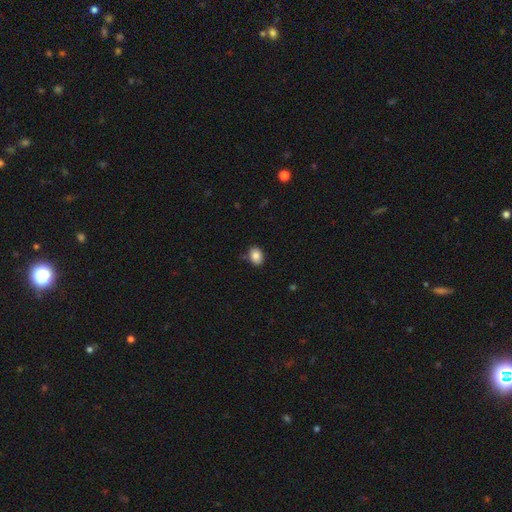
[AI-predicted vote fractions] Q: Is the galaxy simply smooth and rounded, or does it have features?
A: smooth — 85%.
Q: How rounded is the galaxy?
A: in between — 65%.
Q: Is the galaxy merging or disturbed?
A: none — 82%.